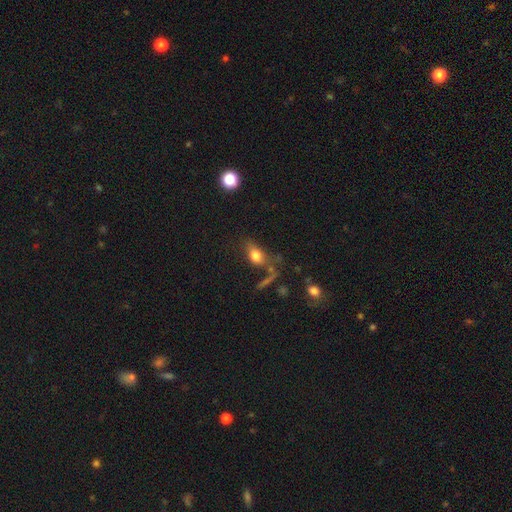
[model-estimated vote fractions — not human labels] This is likely a smooth galaxy (72%). How rounded: likely in between (74%). Merging: possibly none (51%).